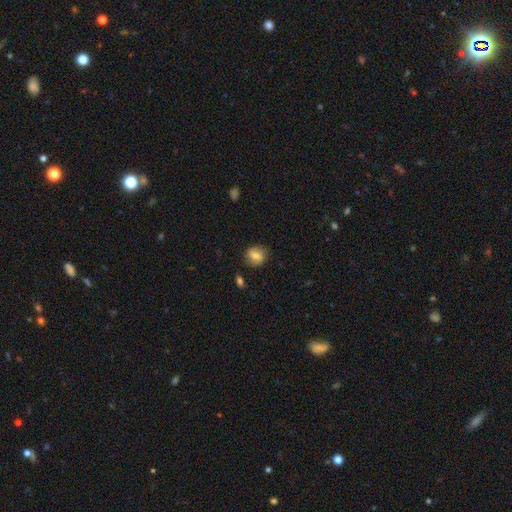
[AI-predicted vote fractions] A smooth galaxy with no disk features (61%) that is round (64%). Merging: none (78%).